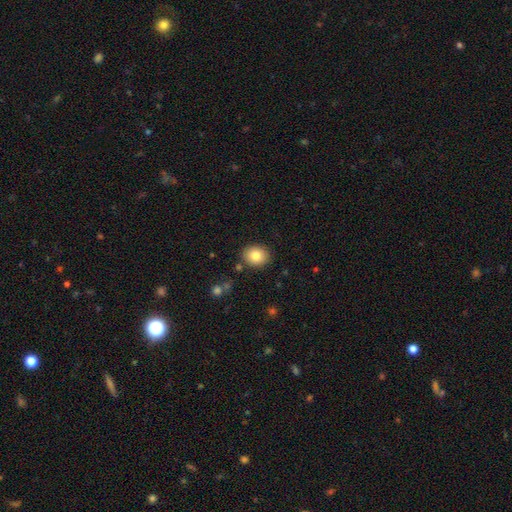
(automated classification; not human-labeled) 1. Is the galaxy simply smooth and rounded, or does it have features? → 81% smooth, 10% featured or disk, 9% star or artifact.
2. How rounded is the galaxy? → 62% round, 38% in between, 1% cigar-shaped.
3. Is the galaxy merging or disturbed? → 87% none, 8% minor disturbance, 2% merger, 2% major disturbance.